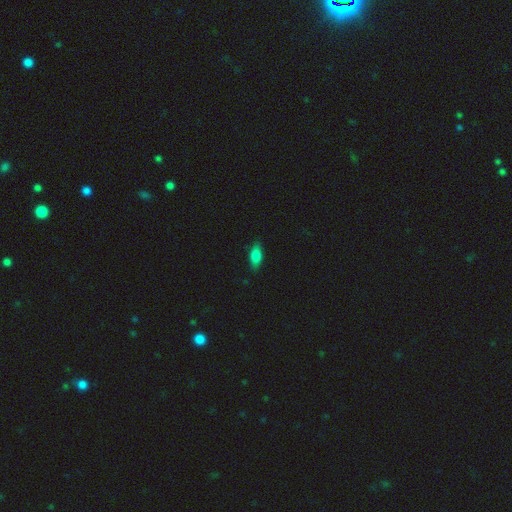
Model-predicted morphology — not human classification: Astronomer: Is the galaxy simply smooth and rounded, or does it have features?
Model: smooth — 79%.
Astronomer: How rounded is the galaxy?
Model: in between — 81%.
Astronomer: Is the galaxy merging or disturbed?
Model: none — 83%.